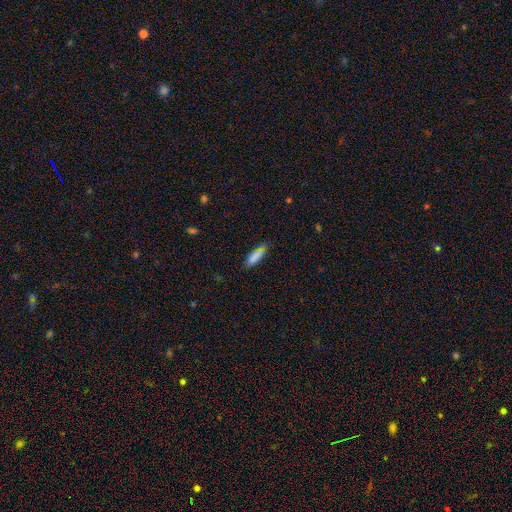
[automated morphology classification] Smooth or featured? smooth (79%)
How rounded? in between (62%)
Merging? none (68%)